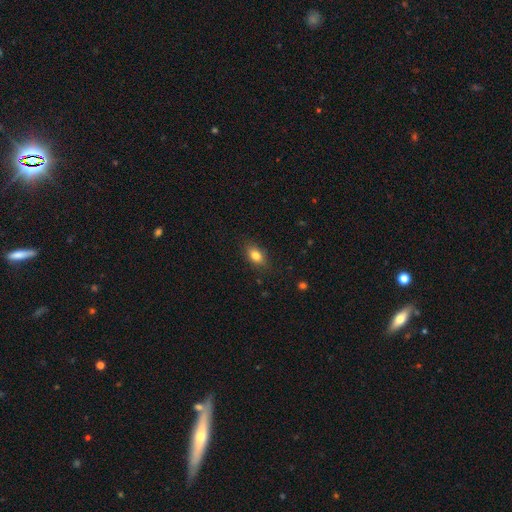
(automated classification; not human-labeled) Smooth or featured? smooth (81%)
How rounded? in between (83%)
Merging? none (83%)